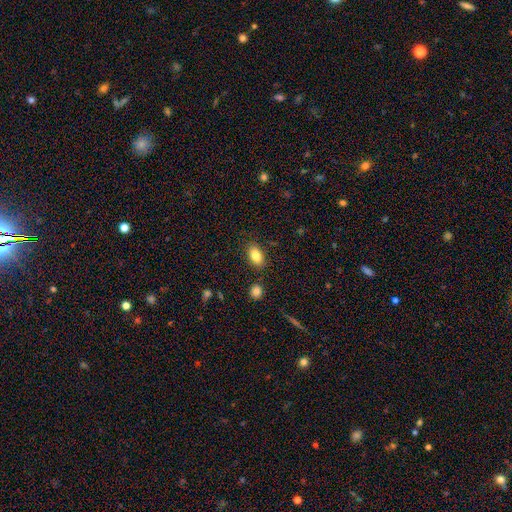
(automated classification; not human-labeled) Smooth or featured?
  - smooth: 84% *
  - featured or disk: 8%
  - star or artifact: 8%
How rounded?
  - in between: 90% *
  - round: 7%
  - cigar-shaped: 3%
Merging?
  - none: 84% *
  - minor disturbance: 10%
  - merger: 3%
  - major disturbance: 3%